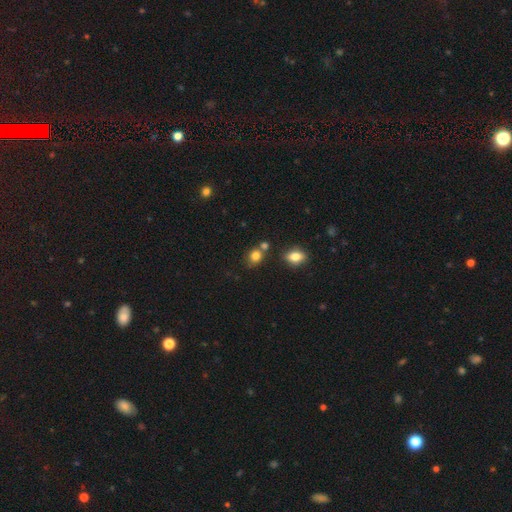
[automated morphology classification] Smooth or featured: smooth — 81% (star or artifact — 12%)
How rounded: round — 63% (in between — 36%)
Merging: none — 63% (merger — 20%)